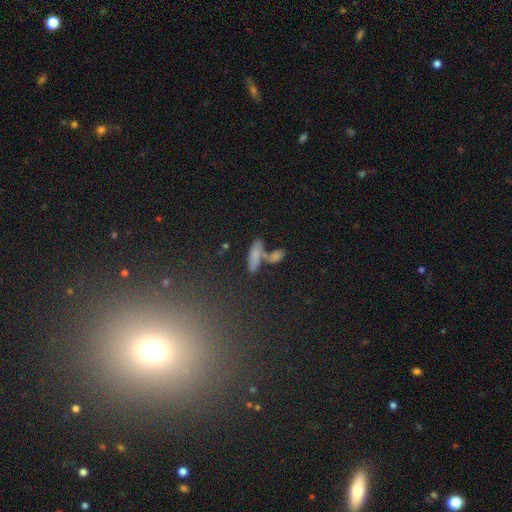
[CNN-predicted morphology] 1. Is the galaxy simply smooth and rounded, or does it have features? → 69% smooth, 18% featured or disk, 13% star or artifact.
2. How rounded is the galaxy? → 49% in between, 46% cigar-shaped, 5% round.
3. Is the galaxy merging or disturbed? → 44% none, 37% merger, 13% minor disturbance, 7% major disturbance.